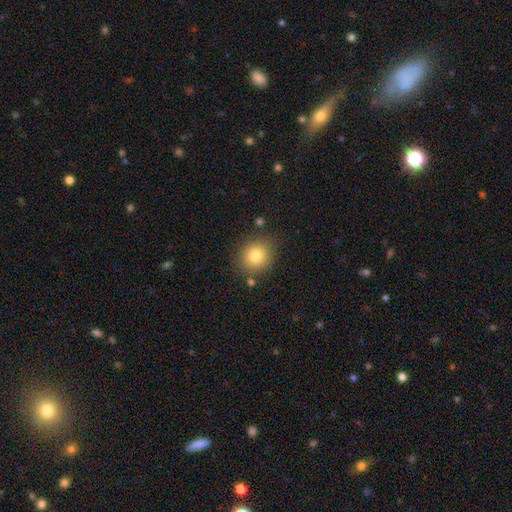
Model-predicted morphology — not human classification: This appears to be a smooth galaxy with no disk features (79%) that is round (83%). Merging: none (82%).